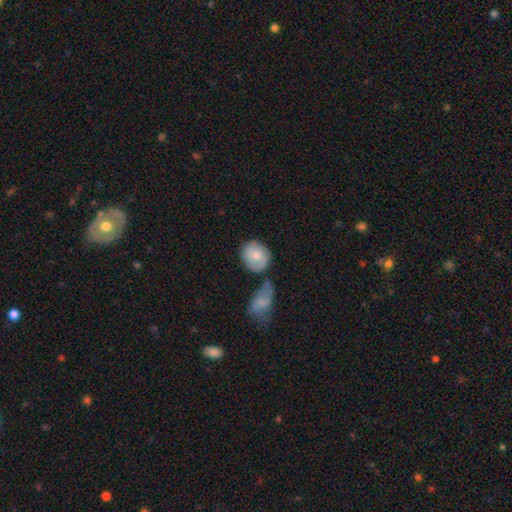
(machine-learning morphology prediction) This is likely a smooth galaxy (74%). How rounded: likely round (74%). Merging: possibly none (53%).